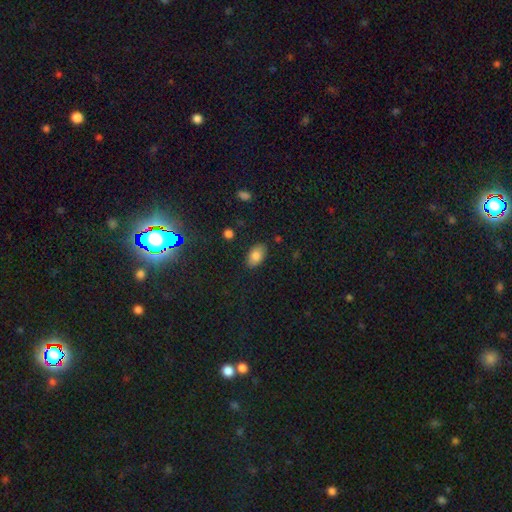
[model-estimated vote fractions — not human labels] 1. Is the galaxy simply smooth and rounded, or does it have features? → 80% smooth, 10% featured or disk, 9% star or artifact.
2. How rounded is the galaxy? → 92% in between, 7% round, 2% cigar-shaped.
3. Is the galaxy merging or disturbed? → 84% none, 12% minor disturbance, 3% major disturbance, 1% merger.